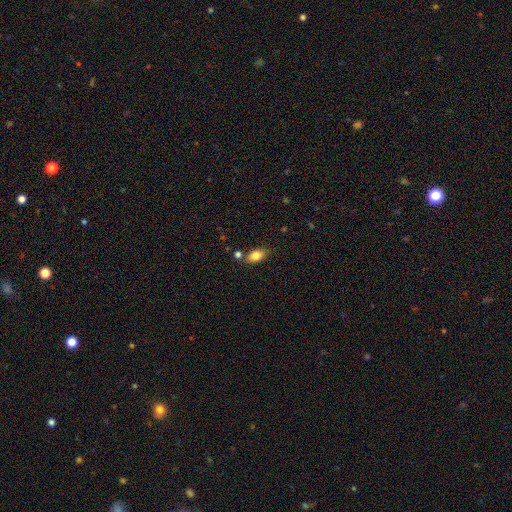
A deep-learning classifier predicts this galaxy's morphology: The model was most divided on "merging": none: 73%, minor disturbance: 15%, merger: 9%, major disturbance: 3%. More confident: how rounded — in between (85%); smooth or featured — smooth (82%).